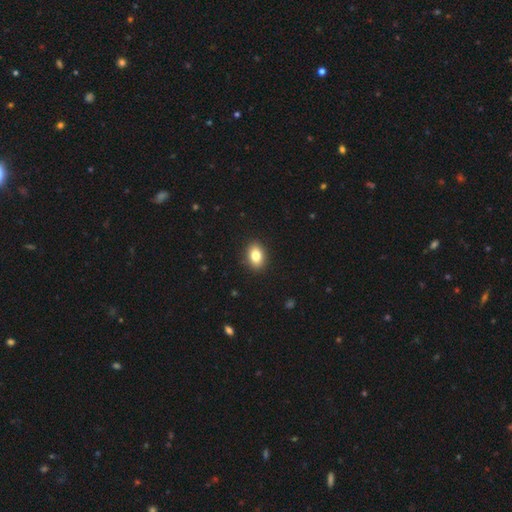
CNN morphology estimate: Smooth or featured? Predicted: smooth (p=0.82). How rounded? Predicted: in between (p=0.77). Merging? Predicted: none (p=0.90).